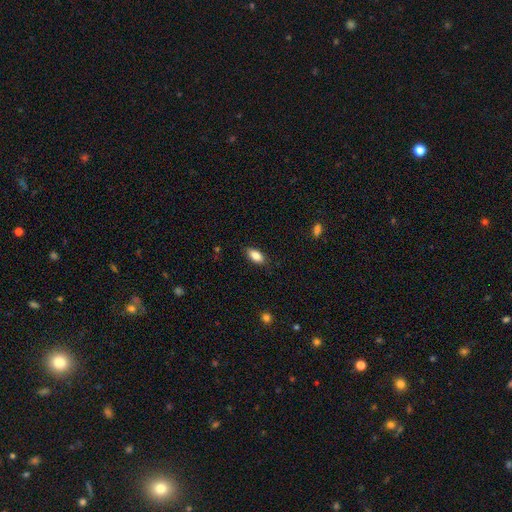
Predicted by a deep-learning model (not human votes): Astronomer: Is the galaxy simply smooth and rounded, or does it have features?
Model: smooth — 82%.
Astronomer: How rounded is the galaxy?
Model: in between — 86%.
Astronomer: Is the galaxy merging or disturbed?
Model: none — 86%.